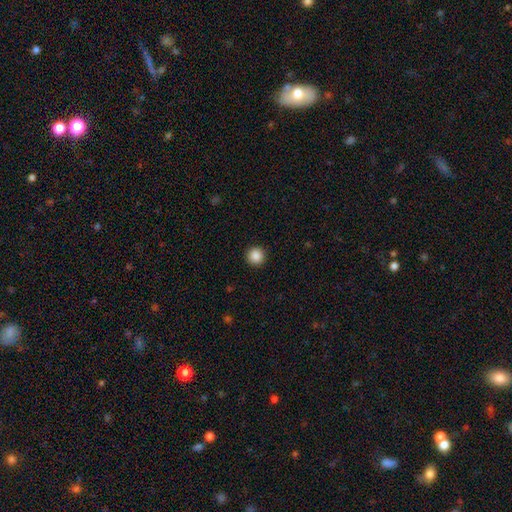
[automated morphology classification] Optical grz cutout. It shows a smooth galaxy with no disk features (88%) that is round (96%). Merging: none (93%).